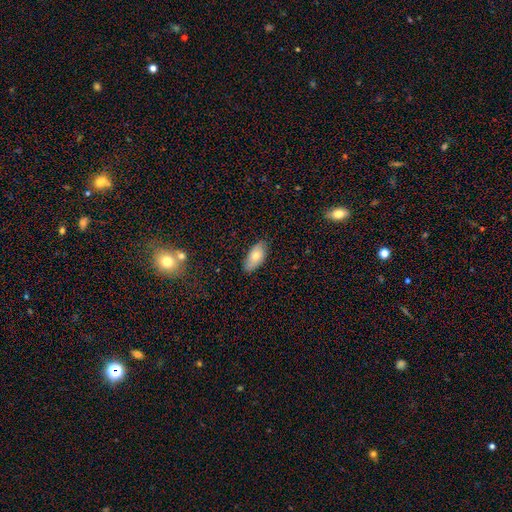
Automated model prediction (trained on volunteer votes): smooth-or-featured: smooth: 71% | featured or disk: 21% | star or artifact: 8%
  how-rounded: in between: 92% | cigar-shaped: 5% | round: 3%
  merging: none: 82% | minor disturbance: 14% | major disturbance: 2% | merger: 1%